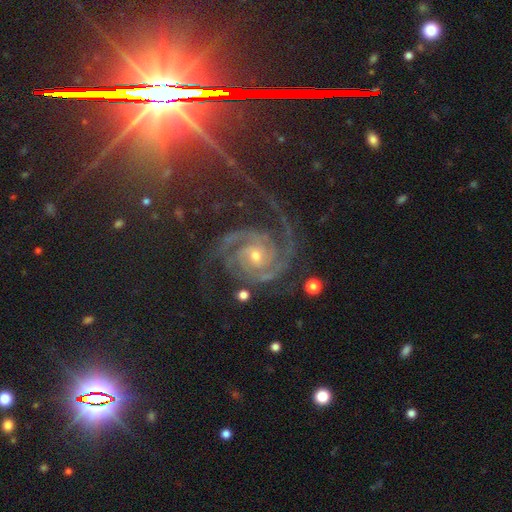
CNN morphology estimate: type=featured or disk (91%); edge-on=no (98%); bar=no (67%); spiral arms=yes (99%); winding=tight (59%); arm count=2 (43%); bulge=small (61%); merging=none (64%).